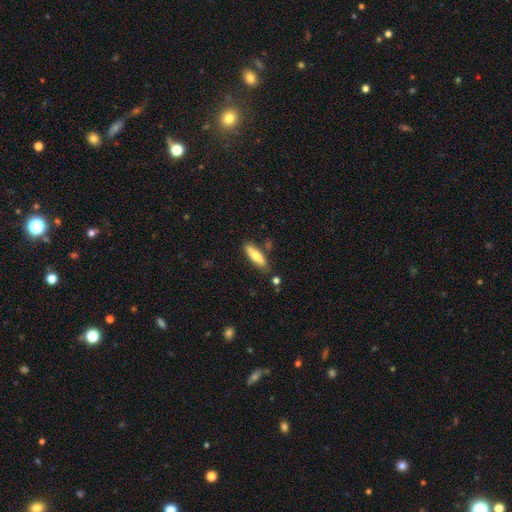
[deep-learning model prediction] A smooth galaxy with no disk features (68%) that is cigar-shaped (60%).

Vote fractions:
- Smooth or featured? smooth: 68% / featured or disk: 26% / star or artifact: 6%
- How rounded? cigar-shaped: 60% / in between: 38% / round: 2%
- Merging? none: 81% / minor disturbance: 12% / merger: 4% / major disturbance: 3%